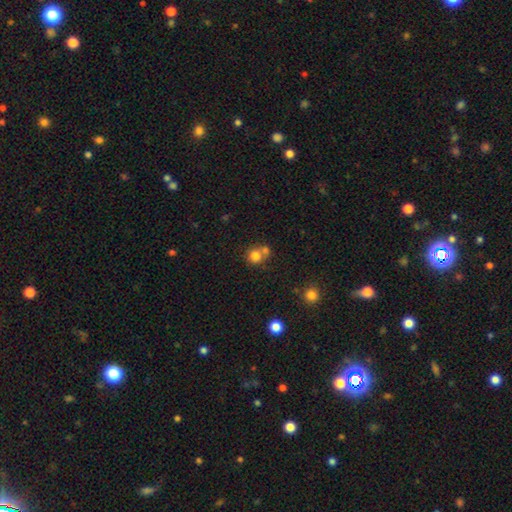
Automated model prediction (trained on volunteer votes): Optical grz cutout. It shows a smooth galaxy with no disk features (78%) that is round (84%). Merging: none (46%).